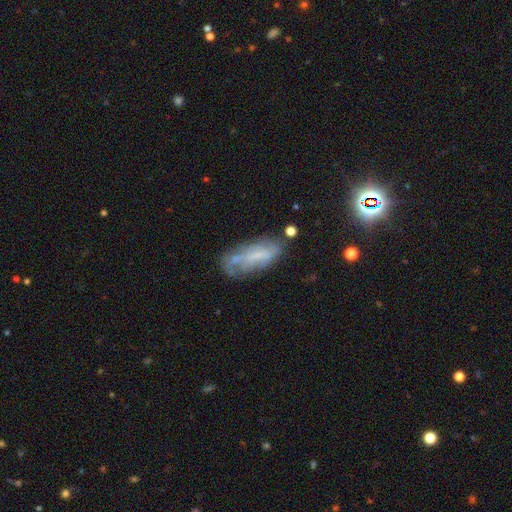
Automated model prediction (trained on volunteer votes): Q: Smooth or featured?
A: featured or disk (47%); runner-up: smooth (41%)
Q: Merging?
A: none (54%); runner-up: minor disturbance (27%)